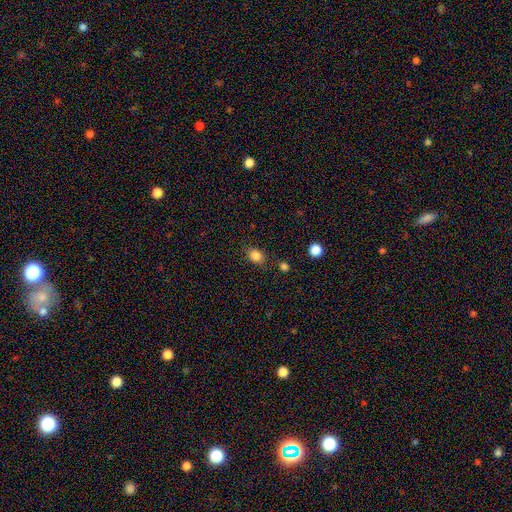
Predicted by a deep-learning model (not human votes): The model was most divided on "how rounded": in between: 56%, round: 42%, cigar-shaped: 1%. More confident: smooth or featured — smooth (84%); merging — none (78%).